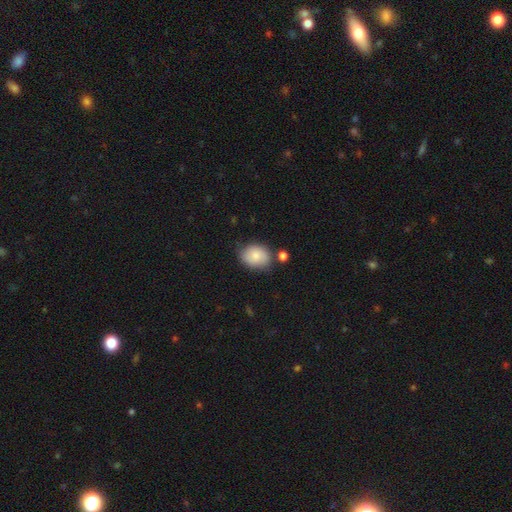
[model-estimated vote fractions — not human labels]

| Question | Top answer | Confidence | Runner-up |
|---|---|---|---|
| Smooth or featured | smooth | 82% | featured or disk (11%) |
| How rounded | in between | 64% | round (35%) |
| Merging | none | 70% | minor disturbance (19%) |